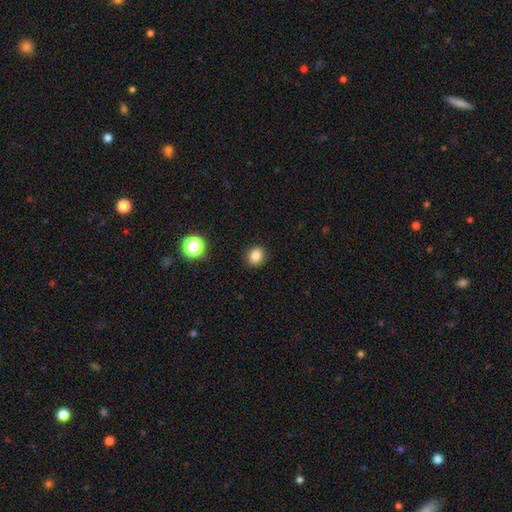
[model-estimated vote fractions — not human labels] Morphology: type=smooth (83%); roundness=round (67%); merging=none (88%).